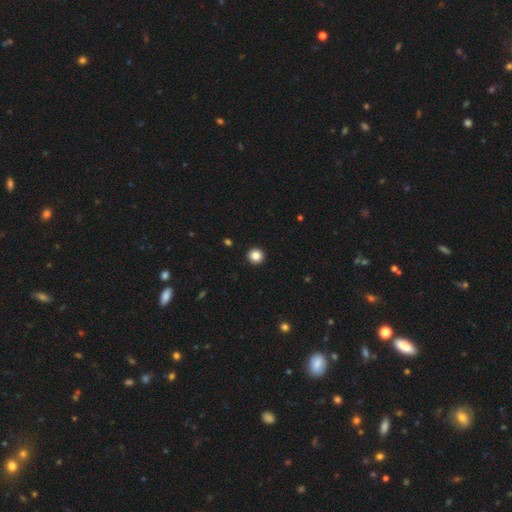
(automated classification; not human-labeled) smooth_or_featured: smooth (p=0.86) [alt: star or artifact p=0.10]
how_rounded: round (p=0.94) [alt: in between p=0.05]
merging: none (p=0.94) [alt: minor disturbance p=0.04]